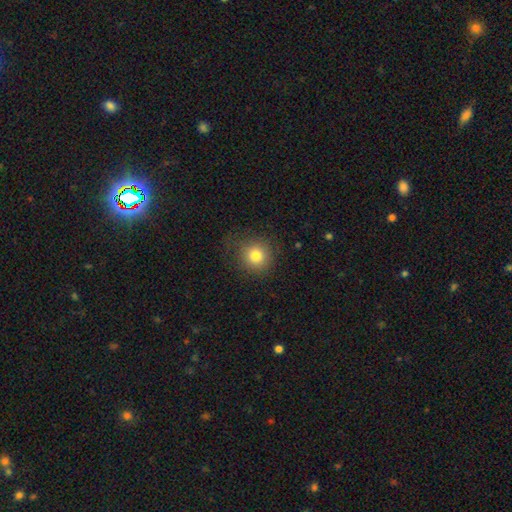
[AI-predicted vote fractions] A smooth galaxy with no disk features (79%) that is round (91%). Merging: none (80%).